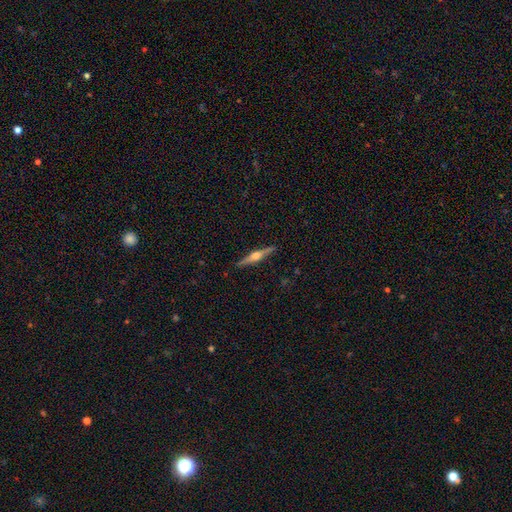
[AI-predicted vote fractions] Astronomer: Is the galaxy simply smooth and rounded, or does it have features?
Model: featured or disk — 77%.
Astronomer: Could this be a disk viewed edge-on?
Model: yes — 98%.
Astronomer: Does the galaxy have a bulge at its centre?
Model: rounded — 92%.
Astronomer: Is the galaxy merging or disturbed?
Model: none — 91%.